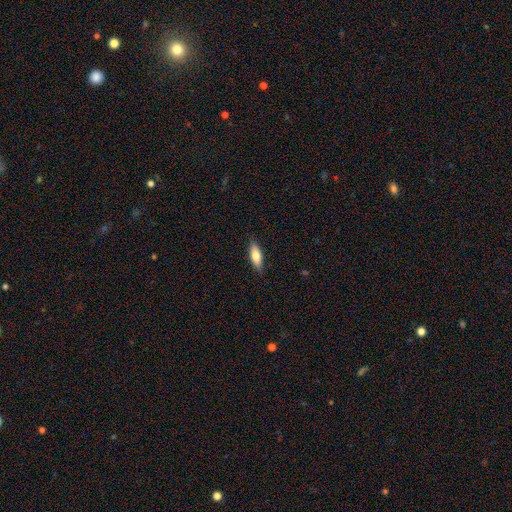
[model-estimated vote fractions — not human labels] smooth_or_featured: smooth (p=0.68) [alt: featured or disk p=0.26]
how_rounded: in between (p=0.59) [alt: cigar-shaped p=0.39]
merging: none (p=0.86) [alt: minor disturbance p=0.11]